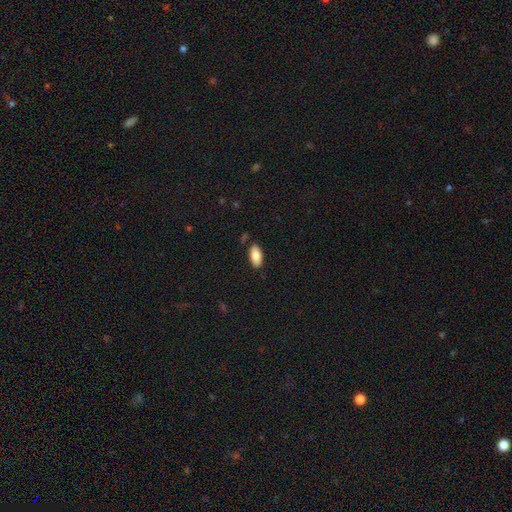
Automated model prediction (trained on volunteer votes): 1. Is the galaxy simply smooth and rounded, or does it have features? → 84% smooth, 10% featured or disk, 7% star or artifact.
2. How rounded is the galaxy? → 91% in between, 7% cigar-shaped, 2% round.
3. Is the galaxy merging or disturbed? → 86% none, 10% minor disturbance, 2% merger, 2% major disturbance.